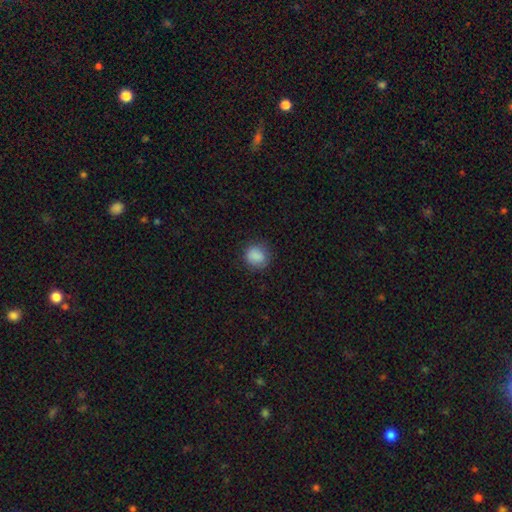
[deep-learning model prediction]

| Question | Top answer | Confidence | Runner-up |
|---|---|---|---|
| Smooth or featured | smooth | 87% | star or artifact (9%) |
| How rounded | round | 77% | in between (22%) |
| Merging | none | 82% | minor disturbance (13%) |